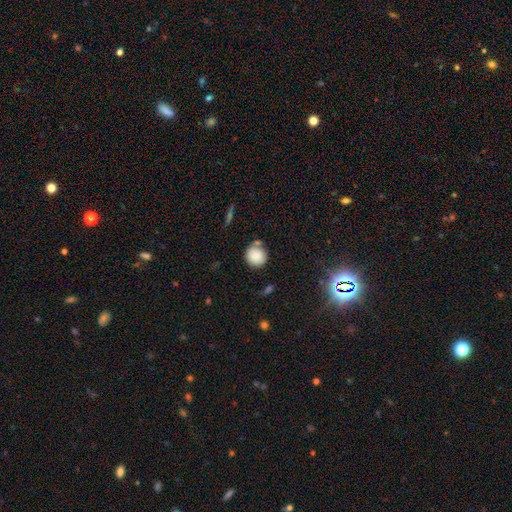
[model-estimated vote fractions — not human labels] smooth-or-featured: smooth: 87% | star or artifact: 9% | featured or disk: 5%
  how-rounded: round: 90% | in between: 9% | cigar-shaped: 1%
  merging: none: 75% | minor disturbance: 13% | merger: 9% | major disturbance: 4%